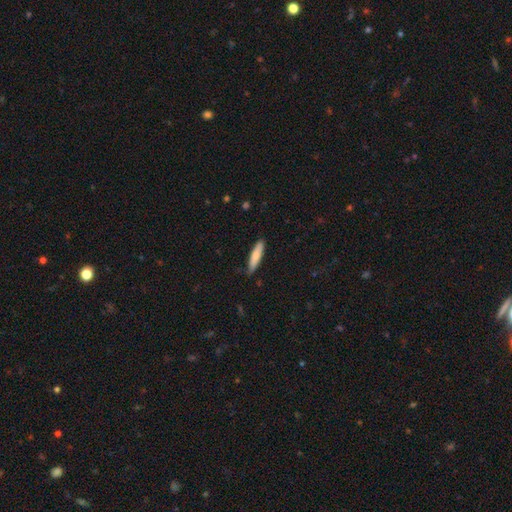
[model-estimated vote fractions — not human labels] smooth_or_featured: smooth (p=0.77) [alt: featured or disk p=0.17]
how_rounded: cigar-shaped (p=0.81) [alt: in between p=0.18]
merging: none (p=0.78) [alt: minor disturbance p=0.18]